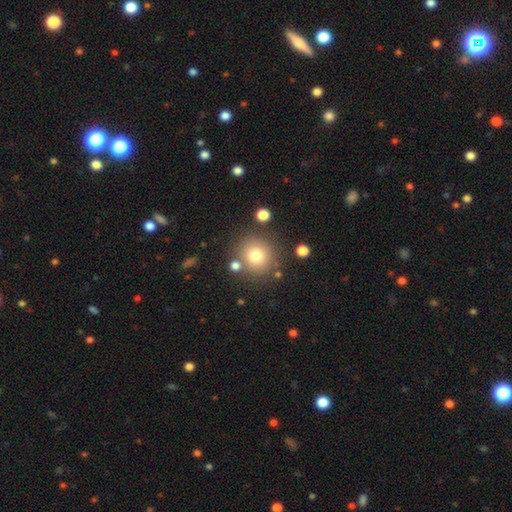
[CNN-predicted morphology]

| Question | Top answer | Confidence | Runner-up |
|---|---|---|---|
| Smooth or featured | smooth | 76% | star or artifact (13%) |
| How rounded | round | 92% | in between (7%) |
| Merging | none | 80% | minor disturbance (9%) |